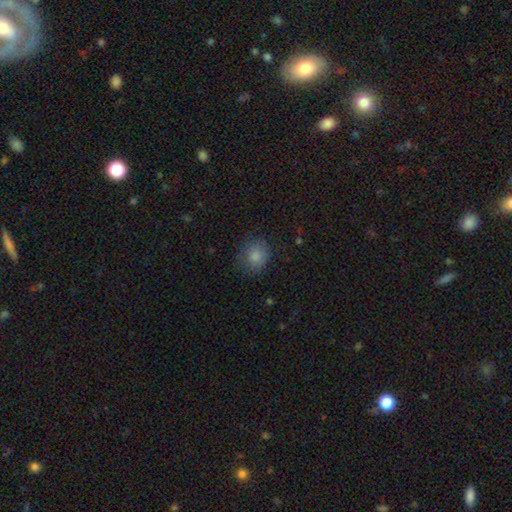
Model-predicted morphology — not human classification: smooth 83%, star or artifact 9%, featured or disk 8%. Down the decision tree: how rounded — round (75%); merging — none (73%).